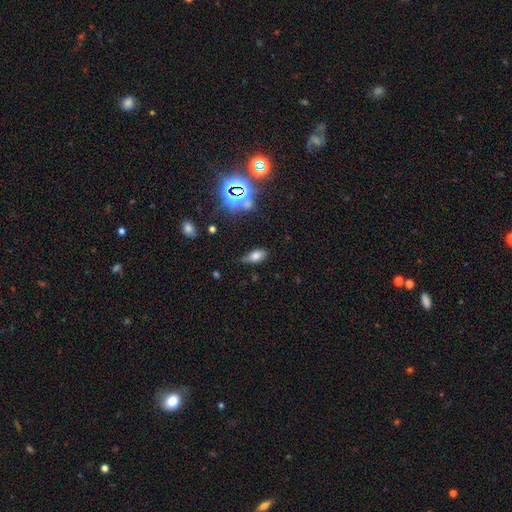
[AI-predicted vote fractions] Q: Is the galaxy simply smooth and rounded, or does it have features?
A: smooth — 67%.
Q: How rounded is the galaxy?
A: in between — 85%.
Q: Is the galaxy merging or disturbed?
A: none — 59%.